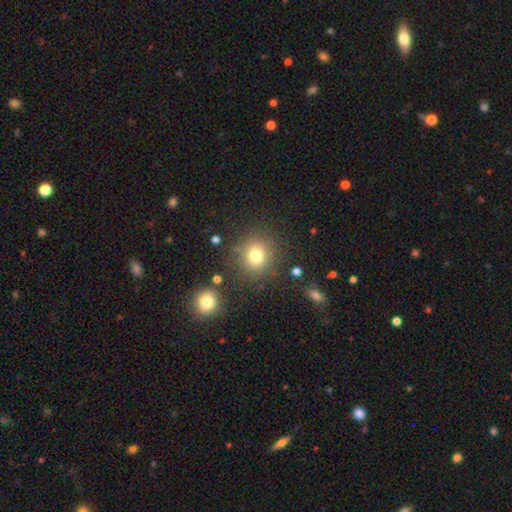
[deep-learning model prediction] Smooth or featured: smooth — 78% (star or artifact — 14%)
How rounded: round — 85% (in between — 14%)
Merging: none — 82% (minor disturbance — 10%)